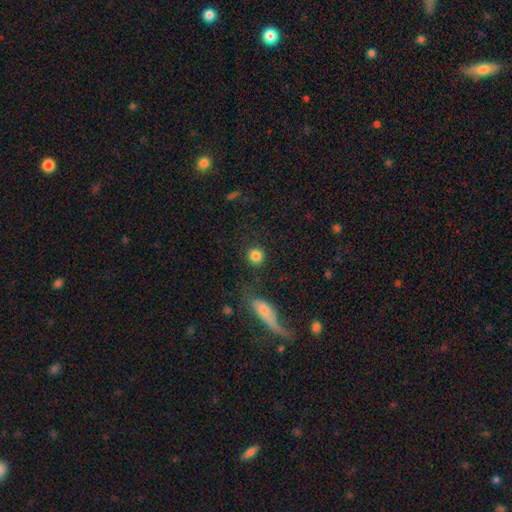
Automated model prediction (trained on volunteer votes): A smooth galaxy with no disk features (84%) that is round (90%).

Vote fractions:
- Smooth or featured? smooth: 84% / star or artifact: 10% / featured or disk: 6%
- How rounded? round: 90% / in between: 9% / cigar-shaped: 2%
- Merging? none: 82% / minor disturbance: 8% / merger: 6% / major disturbance: 4%